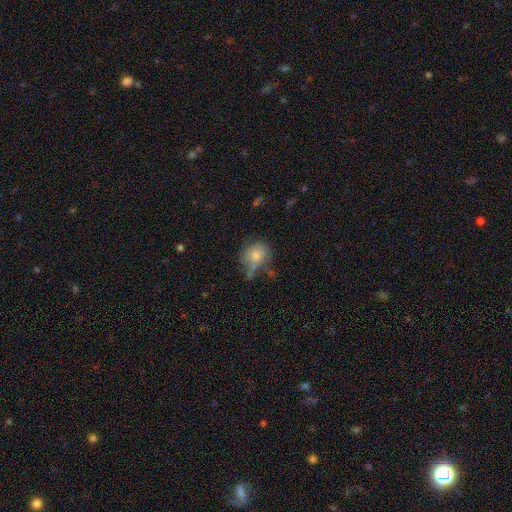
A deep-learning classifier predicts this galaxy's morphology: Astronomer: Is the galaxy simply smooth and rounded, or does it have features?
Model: smooth — 74%.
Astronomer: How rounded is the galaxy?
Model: round — 65%.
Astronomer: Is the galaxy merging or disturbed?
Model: none — 45% (runner-up: minor disturbance, 27%).